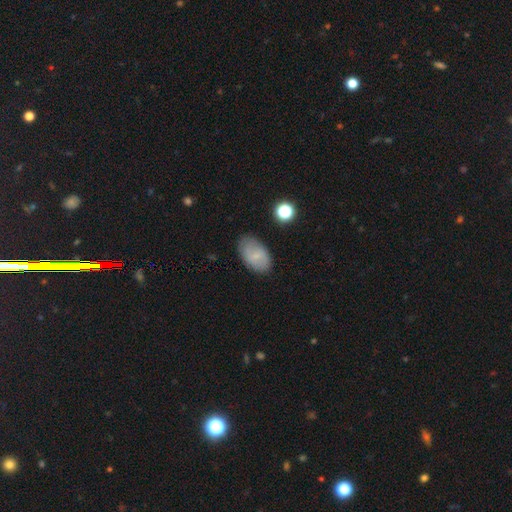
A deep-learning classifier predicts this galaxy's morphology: Smooth or featured? Predicted: smooth (p=0.65). How rounded? Predicted: in between (p=0.92). Merging? Predicted: none (p=0.81).